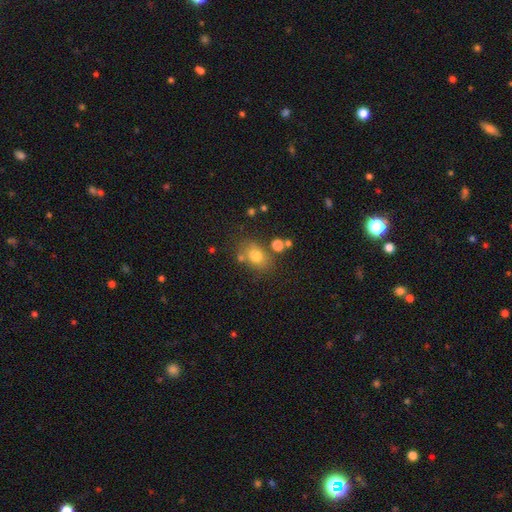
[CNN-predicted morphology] smooth 74%, star or artifact 14%, featured or disk 12%. Down the decision tree: how rounded — in between (61%); merging — none (69%).